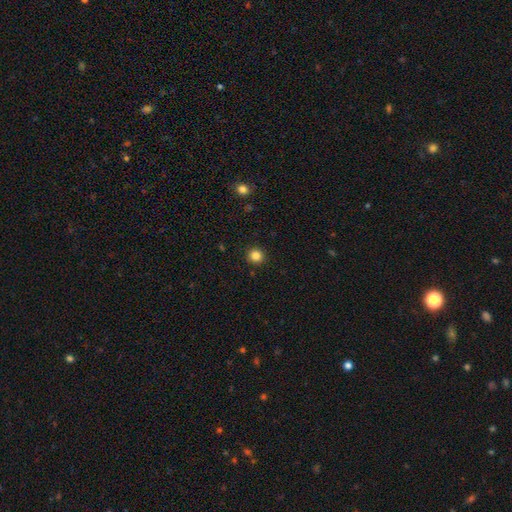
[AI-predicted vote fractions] Overall: smooth (84%). How rounded: round (94%). Merging: none (92%).